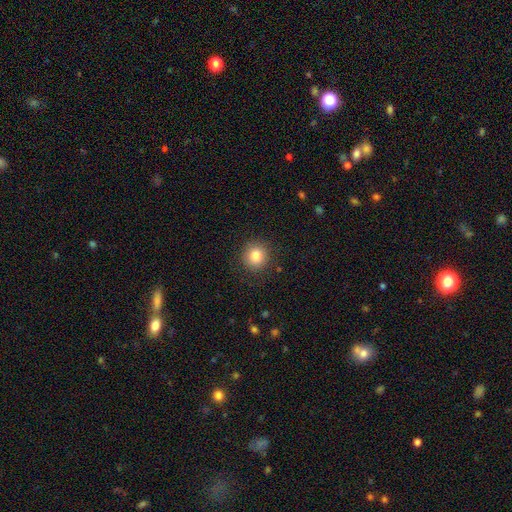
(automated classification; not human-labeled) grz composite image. It shows a smooth galaxy with no disk features (82%) that is round (91%). Merging: none (89%).